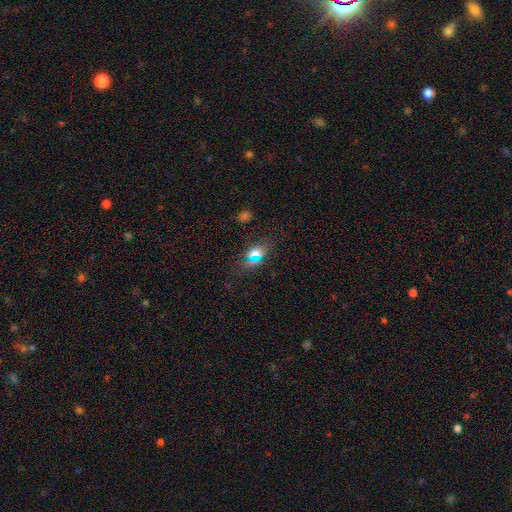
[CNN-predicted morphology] A smooth galaxy with no disk features (53%) that is in between round and cigar-shaped (67%).

Vote fractions:
- Smooth or featured? smooth: 53% / star or artifact: 29% / featured or disk: 17%
- How rounded? in between: 67% / round: 22% / cigar-shaped: 11%
- Merging? none: 78% / minor disturbance: 12% / merger: 5% / major disturbance: 5%